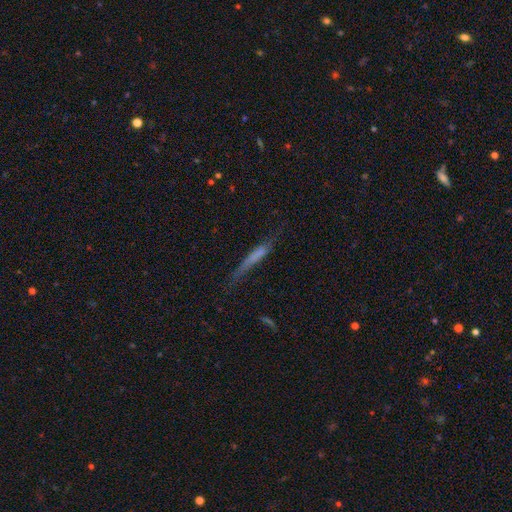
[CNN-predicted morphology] The model was most divided on "smooth or featured": smooth: 55%, featured or disk: 36%, star or artifact: 9%. More confident: how rounded — cigar-shaped (92%); merging — none (54%).